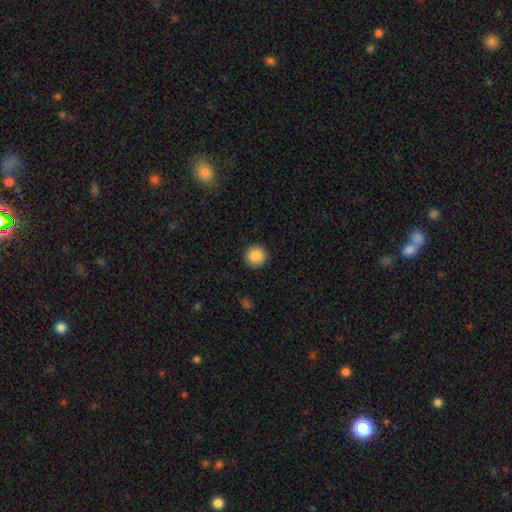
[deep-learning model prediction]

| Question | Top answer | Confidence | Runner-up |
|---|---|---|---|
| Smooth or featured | smooth | 88% | star or artifact (9%) |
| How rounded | round | 95% | in between (4%) |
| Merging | none | 92% | minor disturbance (5%) |